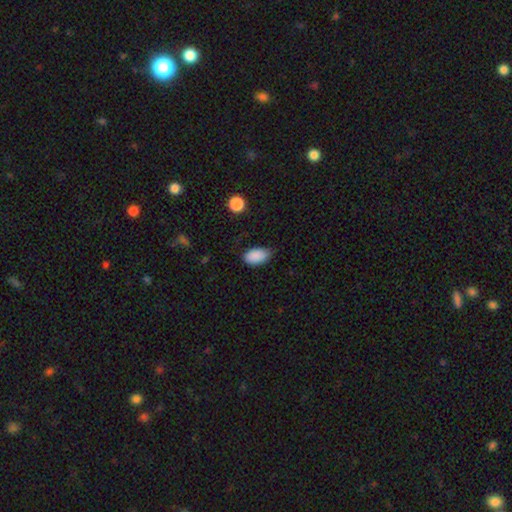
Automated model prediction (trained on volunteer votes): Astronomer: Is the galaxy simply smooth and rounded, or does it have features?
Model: smooth — 88%.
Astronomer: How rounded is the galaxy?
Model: in between — 93%.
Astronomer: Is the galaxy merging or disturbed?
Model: none — 66%.